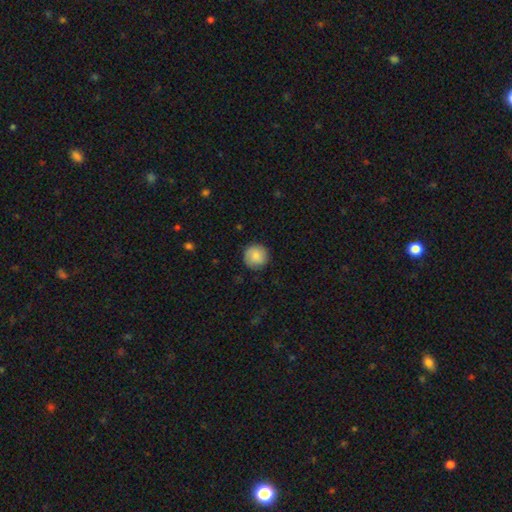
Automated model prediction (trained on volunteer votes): Morphology: type=smooth (82%); roundness=round (95%); merging=none (87%).